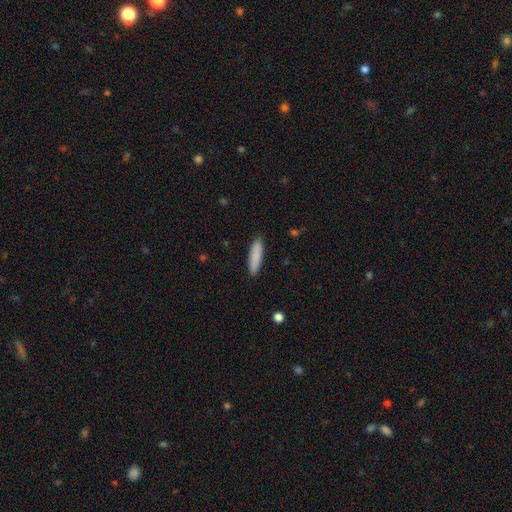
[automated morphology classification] smooth_or_featured: smooth (p=0.87) [alt: featured or disk p=0.07]
how_rounded: cigar-shaped (p=0.77) [alt: in between p=0.22]
merging: none (p=0.89) [alt: minor disturbance p=0.08]